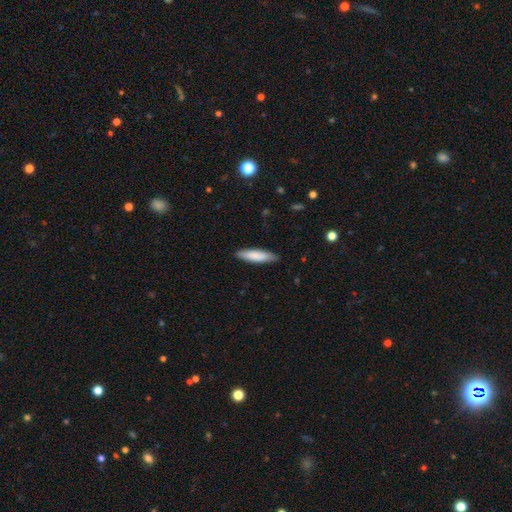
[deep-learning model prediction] A smooth galaxy with no disk features (84%) that is cigar-shaped (67%).

Vote fractions:
- Smooth or featured? smooth: 84% / featured or disk: 11% / star or artifact: 5%
- How rounded? cigar-shaped: 67% / in between: 32% / round: 1%
- Merging? none: 87% / minor disturbance: 10% / major disturbance: 2% / merger: 1%